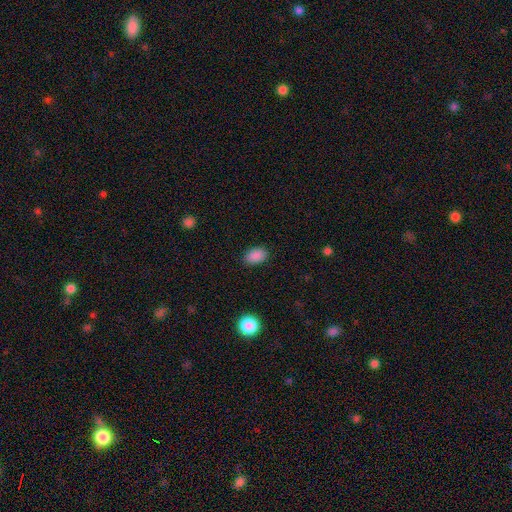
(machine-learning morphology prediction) type=smooth (88%); roundness=in between (87%); merging=none (87%).